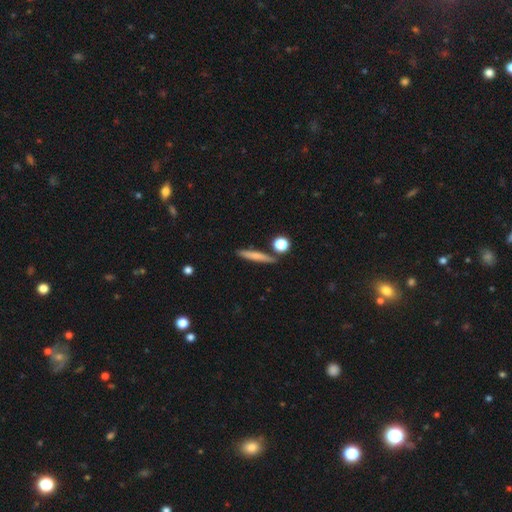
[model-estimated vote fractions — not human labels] A smooth galaxy with no disk features (64%) that is cigar-shaped (87%).

Vote fractions:
- Smooth or featured? smooth: 64% / featured or disk: 28% / star or artifact: 8%
- How rounded? cigar-shaped: 87% / in between: 7% / round: 5%
- Merging? none: 82% / minor disturbance: 9% / merger: 6% / major disturbance: 2%